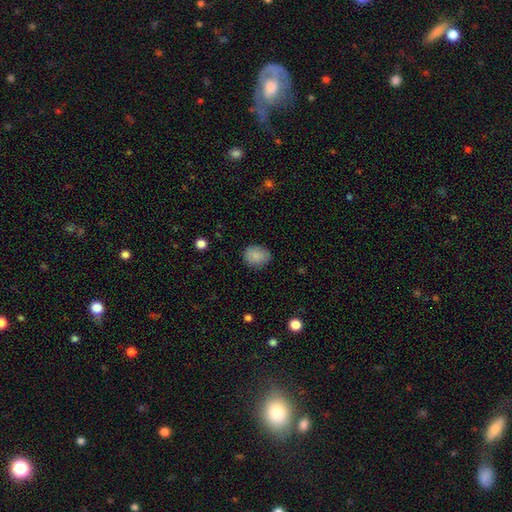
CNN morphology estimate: A smooth galaxy with no disk features (86%) that is round (52%). Merging: none (80%).